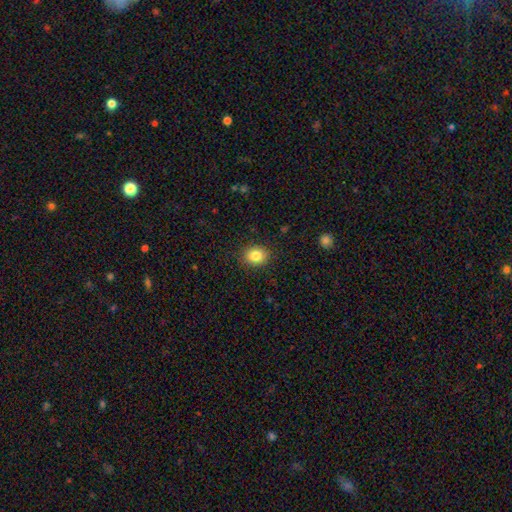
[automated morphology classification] type=smooth (84%); roundness=round (56%); merging=none (88%).